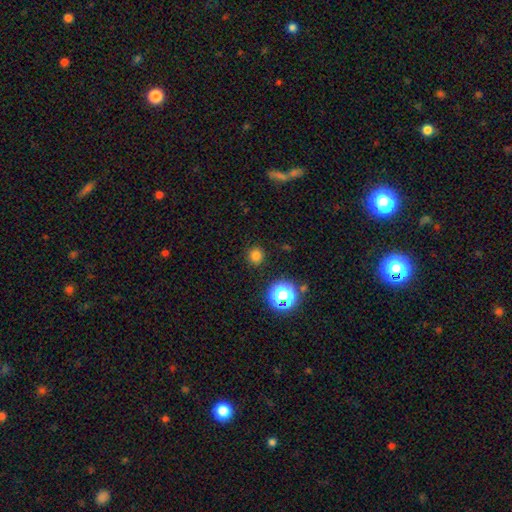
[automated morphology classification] type=smooth (76%); roundness=round (94%); merging=none (90%).